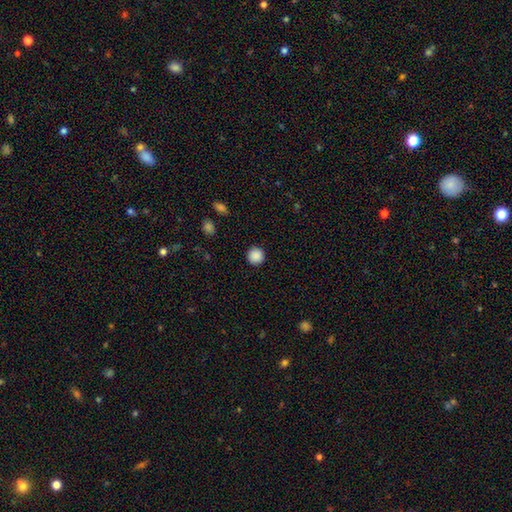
This is clearly a smooth galaxy (82%). How rounded: clearly round (97%). Merging: clearly none (94%).